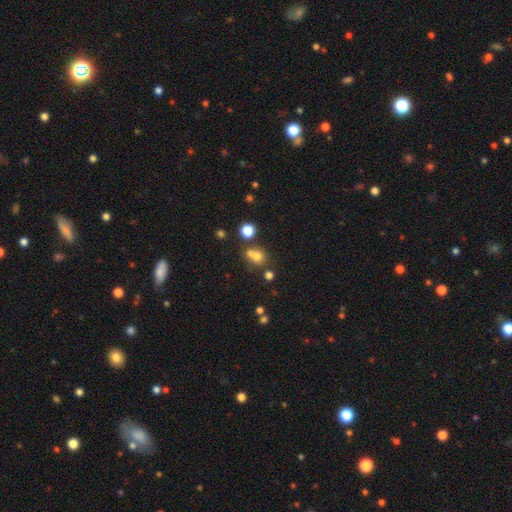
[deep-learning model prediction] Smooth or featured? smooth (72%)
How rounded? round (77%)
Merging? none (49%)